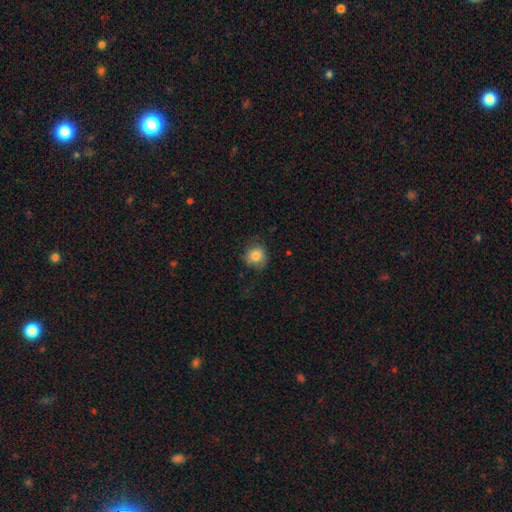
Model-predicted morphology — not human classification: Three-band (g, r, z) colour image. It shows a smooth galaxy with no disk features (82%) that is round (83%). Merging: none (74%).